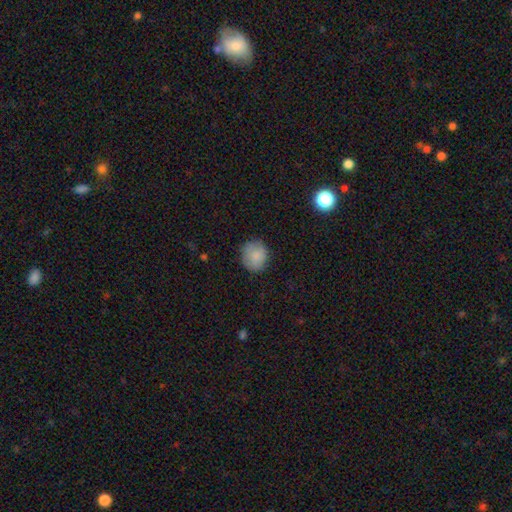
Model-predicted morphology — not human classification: This appears to be a smooth galaxy with no disk features (85%) that is round (83%). Merging: none (80%).